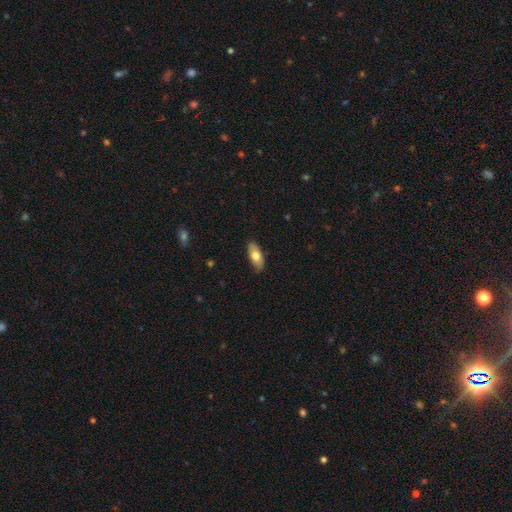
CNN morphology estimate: smooth 72%, featured or disk 22%, star or artifact 6%. Down the decision tree: how rounded — in between (83%); merging — none (86%).